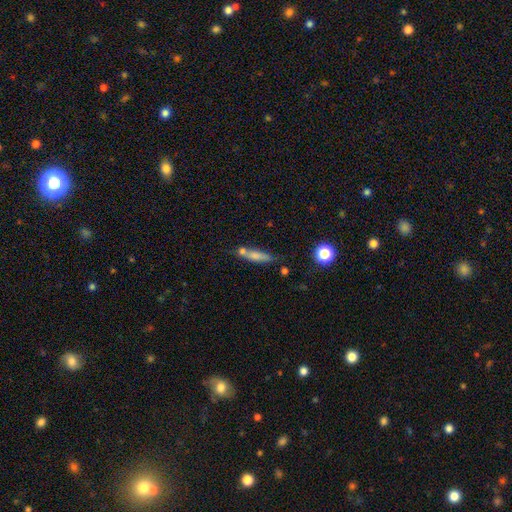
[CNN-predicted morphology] This appears to be a smooth galaxy with no disk features (67%) that is cigar-shaped (74%). Merging: none (54%).